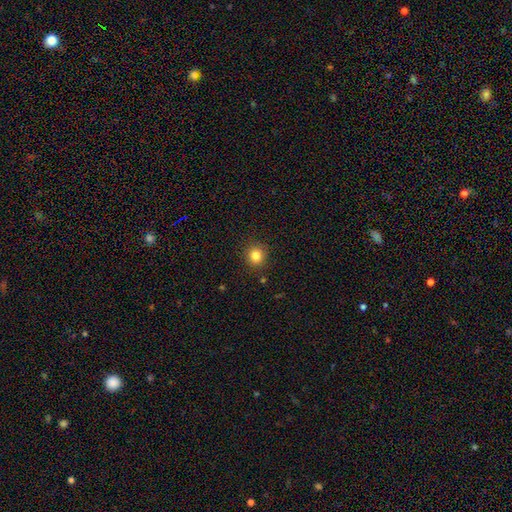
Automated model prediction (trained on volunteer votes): Smooth or featured: smooth — 83% (star or artifact — 12%)
How rounded: round — 90% (in between — 10%)
Merging: none — 89% (minor disturbance — 7%)